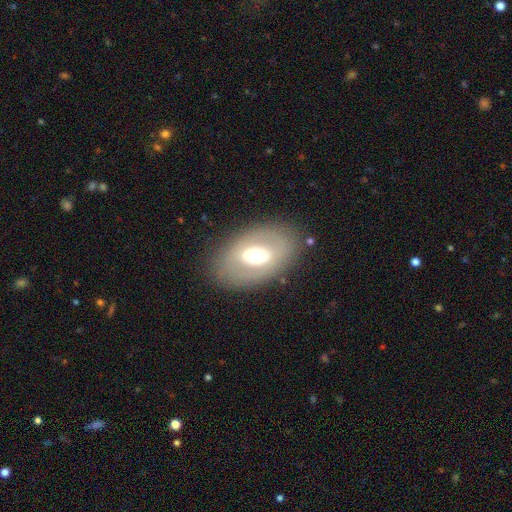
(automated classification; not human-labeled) featured or disk 48%, smooth 44%, star or artifact 8%. Down the decision tree: merging — none (81%).